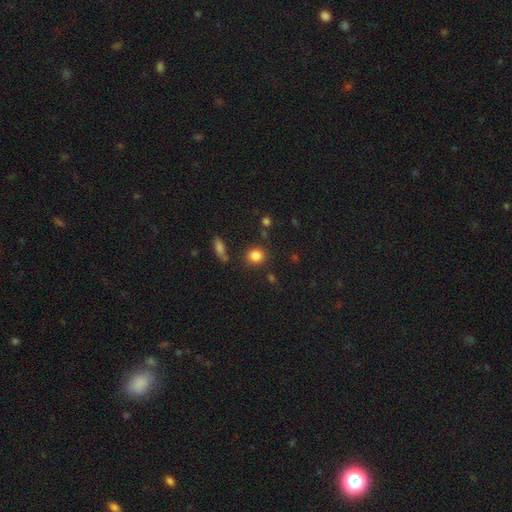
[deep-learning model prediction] This appears to be a smooth galaxy with no disk features (84%) that is round (76%). Merging: none (83%).